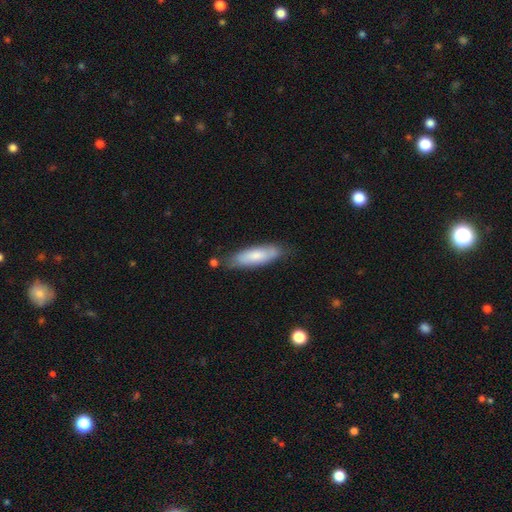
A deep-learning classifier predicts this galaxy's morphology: Overall: smooth (71%). How rounded: cigar-shaped (50%; in between 48%). Merging: none (70%).